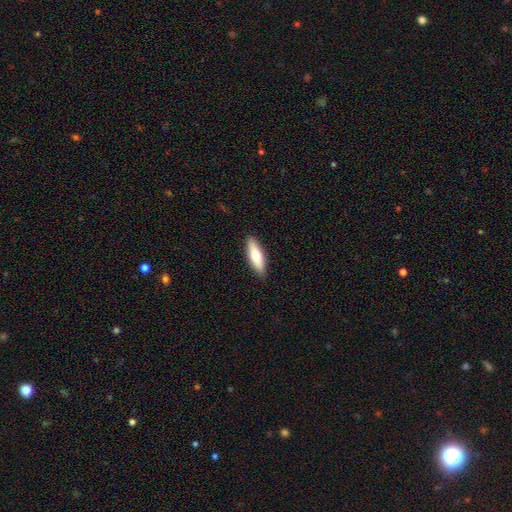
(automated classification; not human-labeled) smooth-or-featured: smooth: 68% | featured or disk: 26% | star or artifact: 5%
  how-rounded: cigar-shaped: 50% | in between: 48% | round: 2%
  merging: none: 90% | minor disturbance: 8% | major disturbance: 2% | merger: 1%